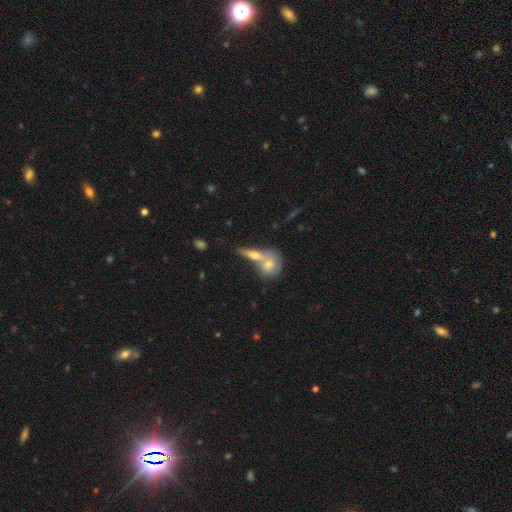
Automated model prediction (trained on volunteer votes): smooth_or_featured: smooth (p=0.50) [alt: featured or disk p=0.39]
how_rounded: in between (p=0.42) [alt: cigar-shaped p=0.30]
merging: merger (p=0.48) [alt: none p=0.40]